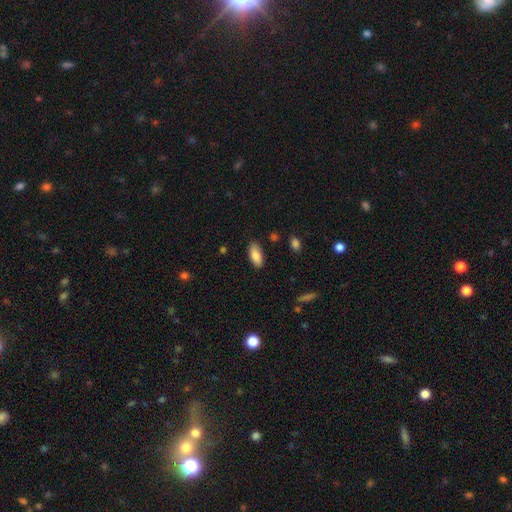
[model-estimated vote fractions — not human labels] smooth 85%, featured or disk 8%, star or artifact 7%. Down the decision tree: how rounded — in between (89%); merging — none (84%).